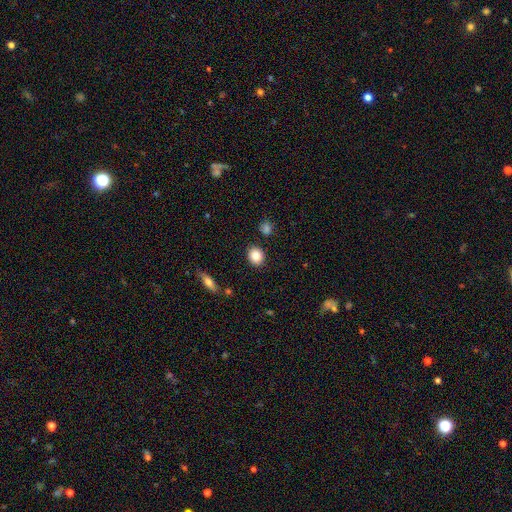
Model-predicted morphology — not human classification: smooth 84%, star or artifact 9%, featured or disk 7%. Down the decision tree: how rounded — round (75%); merging — none (89%).